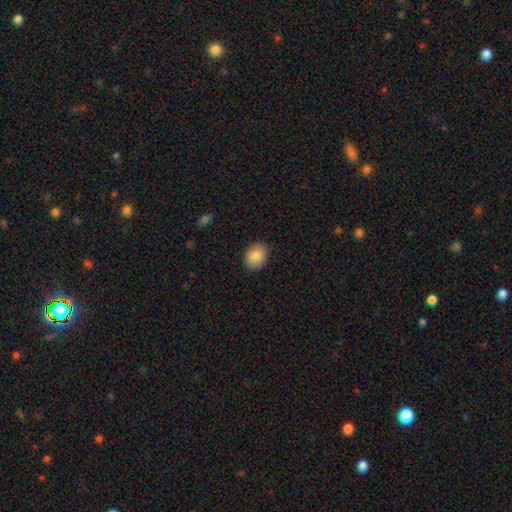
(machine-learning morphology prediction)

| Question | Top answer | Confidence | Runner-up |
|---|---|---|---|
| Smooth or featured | smooth | 86% | star or artifact (7%) |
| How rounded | in between | 61% | round (38%) |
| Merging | none | 89% | minor disturbance (8%) |